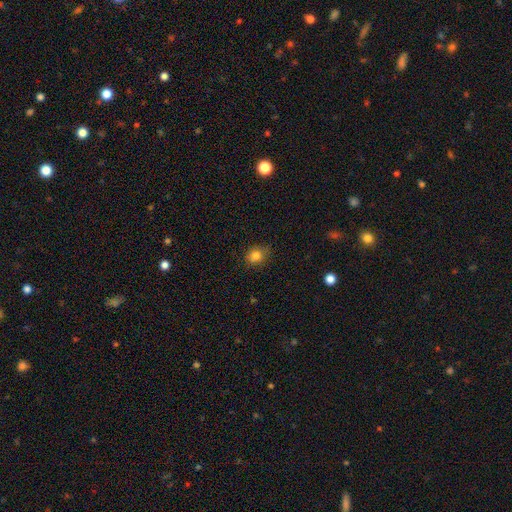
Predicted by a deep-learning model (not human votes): smooth 81%, star or artifact 12%, featured or disk 7%. Down the decision tree: how rounded — round (52%); merging — none (78%).